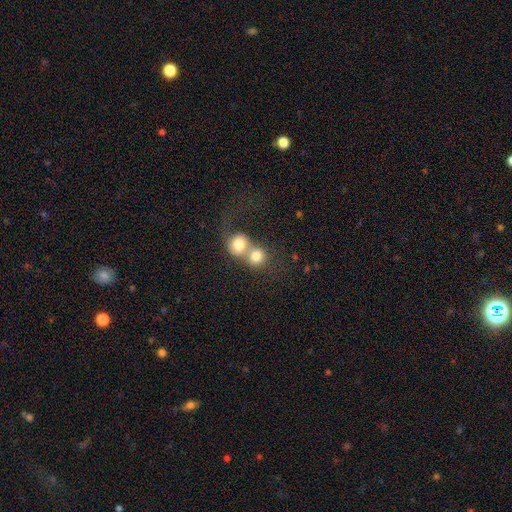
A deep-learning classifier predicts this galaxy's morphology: smooth_or_featured: smooth (p=0.72) [alt: featured or disk p=0.19]
how_rounded: round (p=0.77) [alt: in between p=0.22]
merging: merger (p=0.75) [alt: none p=0.16]